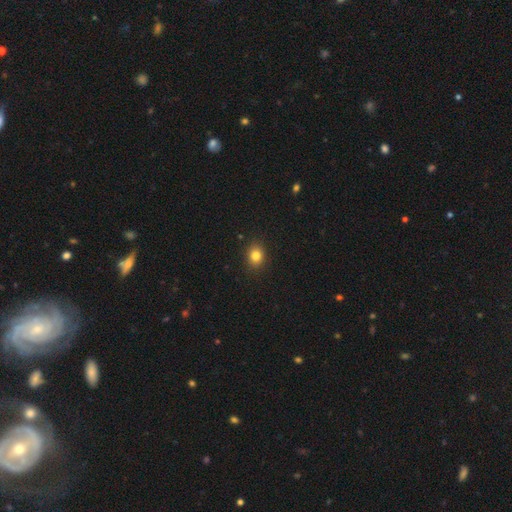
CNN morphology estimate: Overall: smooth (82%). How rounded: round (61%; in between 38%). Merging: none (89%).